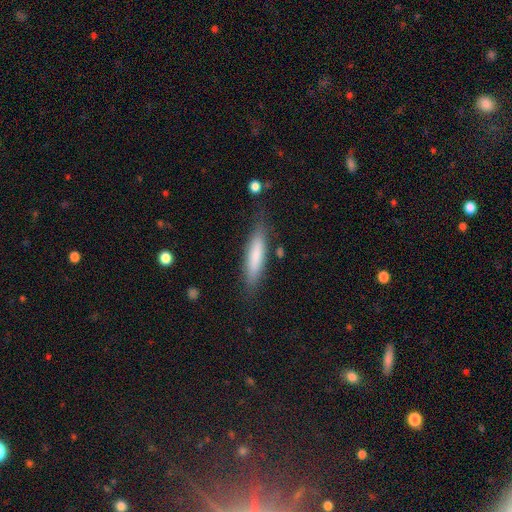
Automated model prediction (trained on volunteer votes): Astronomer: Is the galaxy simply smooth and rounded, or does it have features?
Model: smooth — 75%.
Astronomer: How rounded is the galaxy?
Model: cigar-shaped — 80%.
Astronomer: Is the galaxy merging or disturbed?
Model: none — 81%.